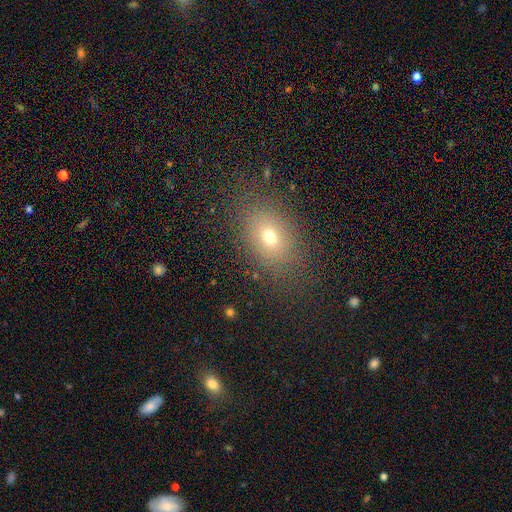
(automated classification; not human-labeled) Q: Smooth or featured?
A: smooth (66%); runner-up: star or artifact (23%)
Q: How rounded?
A: in between (72%); runner-up: round (26%)
Q: Merging?
A: none (86%); runner-up: minor disturbance (9%)